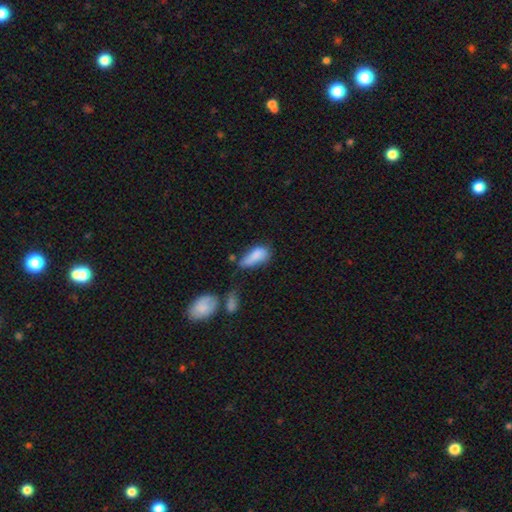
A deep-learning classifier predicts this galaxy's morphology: type=smooth (80%); roundness=in between (80%); merging=minor disturbance (35%).